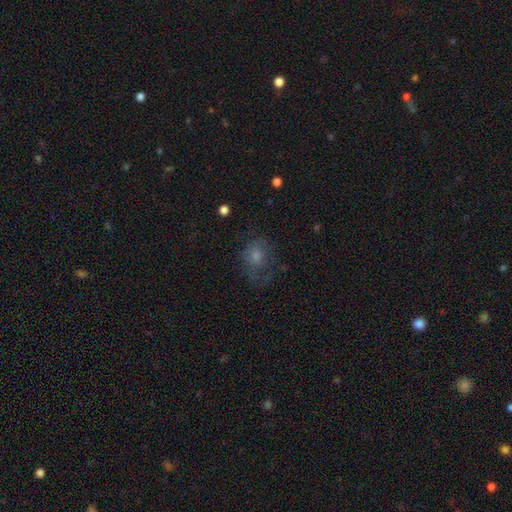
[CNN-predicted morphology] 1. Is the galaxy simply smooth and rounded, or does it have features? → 49% smooth, 29% featured or disk, 22% star or artifact.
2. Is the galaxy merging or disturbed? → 53% none, 23% major disturbance, 22% minor disturbance, 2% merger.